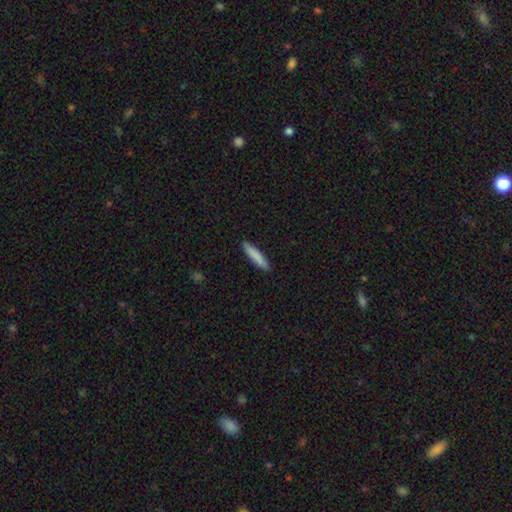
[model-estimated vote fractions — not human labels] Smooth or featured? smooth (85%)
How rounded? cigar-shaped (88%)
Merging? none (90%)